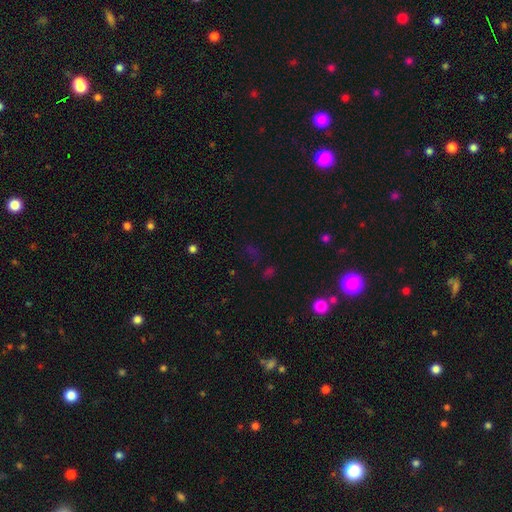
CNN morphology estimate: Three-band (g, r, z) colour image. It shows a star or artifact, not a galaxy (53%).